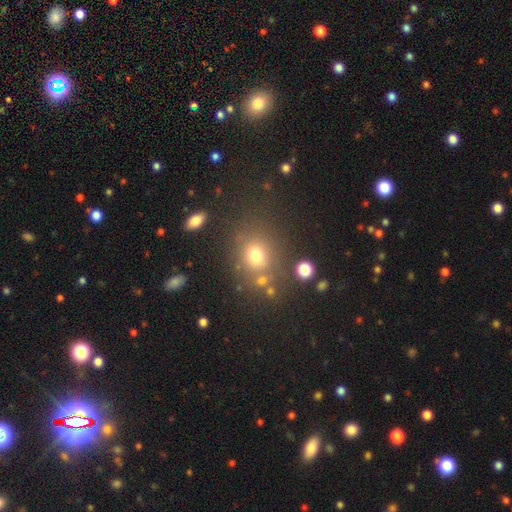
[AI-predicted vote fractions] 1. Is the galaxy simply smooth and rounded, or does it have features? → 71% smooth, 18% star or artifact, 11% featured or disk.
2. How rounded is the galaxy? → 68% round, 31% in between, 1% cigar-shaped.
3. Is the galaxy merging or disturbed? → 70% none, 13% minor disturbance, 11% merger, 6% major disturbance.